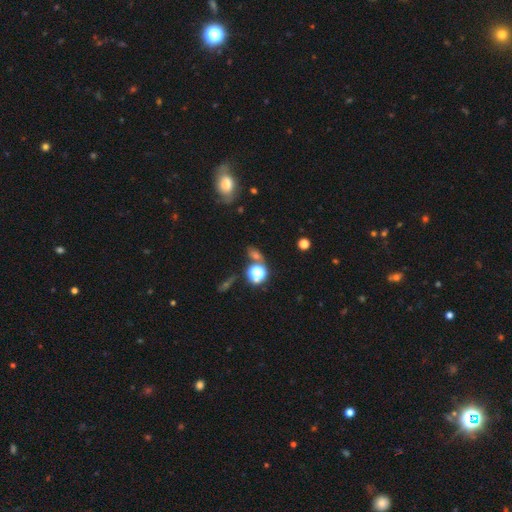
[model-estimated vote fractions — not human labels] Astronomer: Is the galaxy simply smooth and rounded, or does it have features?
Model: smooth — 46% (runner-up: star or artifact, 41%).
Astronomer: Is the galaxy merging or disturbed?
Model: none — 65%.